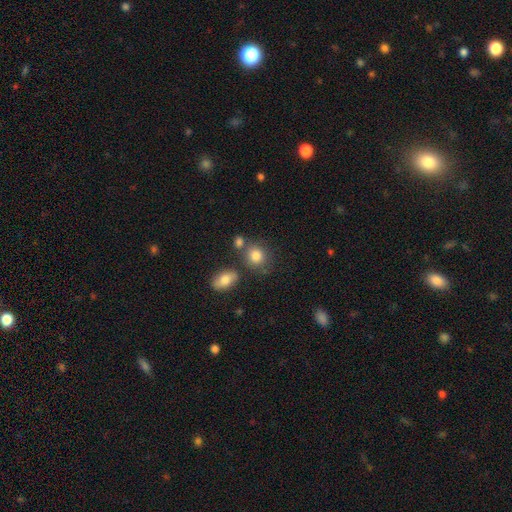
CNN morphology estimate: smooth-or-featured: smooth: 83% | star or artifact: 10% | featured or disk: 8%
  how-rounded: round: 73% | in between: 26% | cigar-shaped: 1%
  merging: none: 68% | merger: 15% | minor disturbance: 12% | major disturbance: 4%